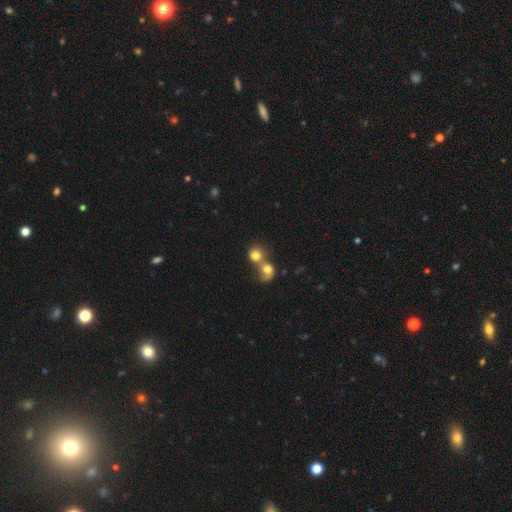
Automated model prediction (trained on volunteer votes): A smooth galaxy with no disk features (74%) that is round (80%).

Vote fractions:
- Smooth or featured? smooth: 74% / featured or disk: 15% / star or artifact: 10%
- How rounded? round: 80% / in between: 19% / cigar-shaped: 1%
- Merging? merger: 69% / none: 22% / minor disturbance: 5% / major disturbance: 4%